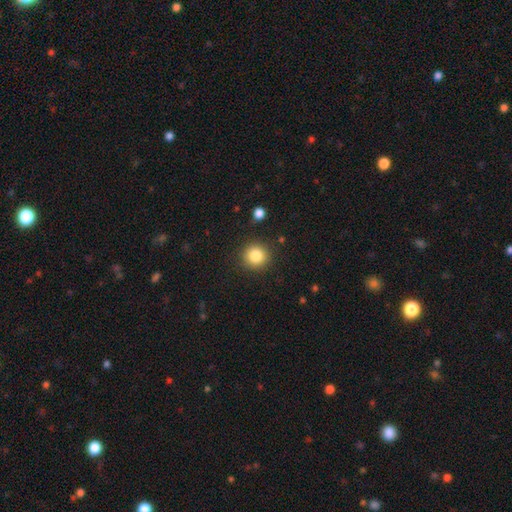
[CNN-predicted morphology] Q: Smooth or featured?
A: smooth (84%); runner-up: star or artifact (10%)
Q: How rounded?
A: round (93%); runner-up: in between (6%)
Q: Merging?
A: none (89%); runner-up: minor disturbance (7%)